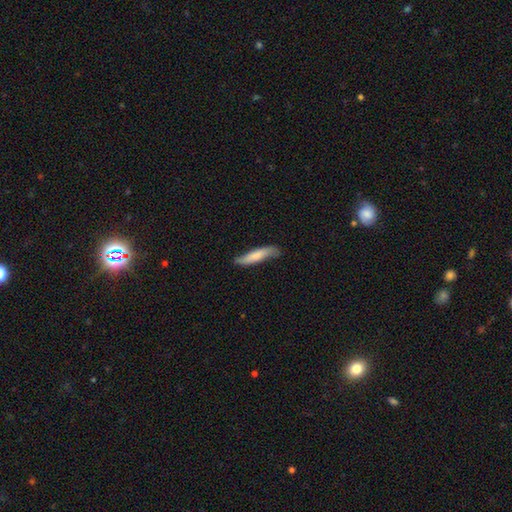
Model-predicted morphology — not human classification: Overall: smooth (69%). How rounded: cigar-shaped (84%). Merging: none (70%).